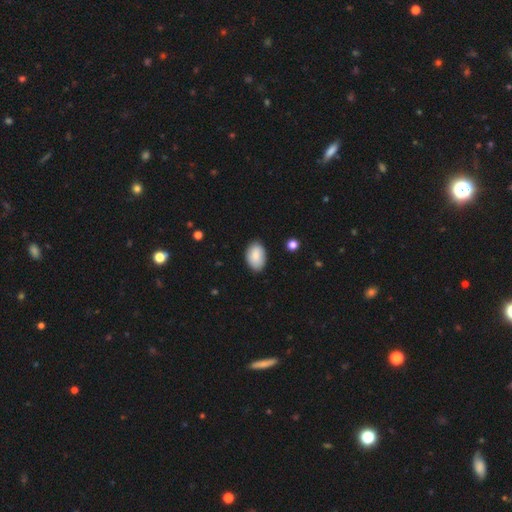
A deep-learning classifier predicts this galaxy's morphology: The model was most divided on "merging": none: 81%, minor disturbance: 16%, major disturbance: 3%, merger: 1%. More confident: how rounded — in between (91%); smooth or featured — smooth (85%).